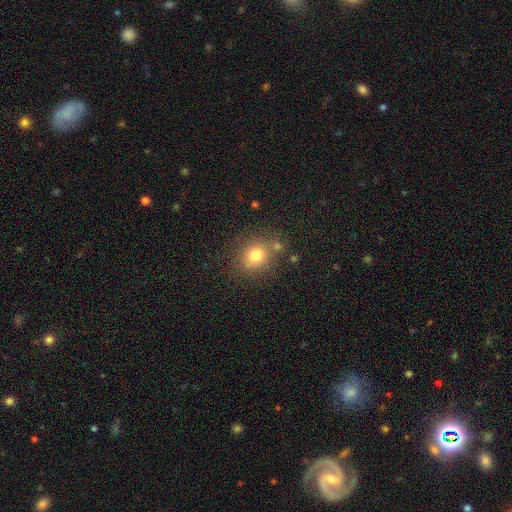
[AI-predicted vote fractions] Q: Smooth or featured?
A: smooth (78%); runner-up: star or artifact (13%)
Q: How rounded?
A: round (76%); runner-up: in between (23%)
Q: Merging?
A: none (74%); runner-up: minor disturbance (13%)